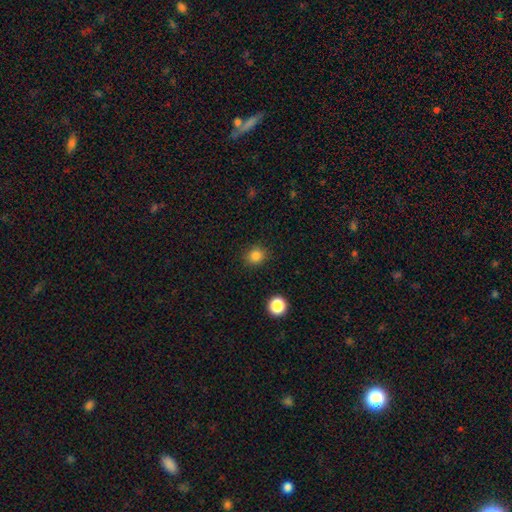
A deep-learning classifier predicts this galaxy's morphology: The model was most divided on "how rounded": round: 83%, in between: 16%, cigar-shaped: 1%. More confident: merging — none (88%); smooth or featured — smooth (84%).